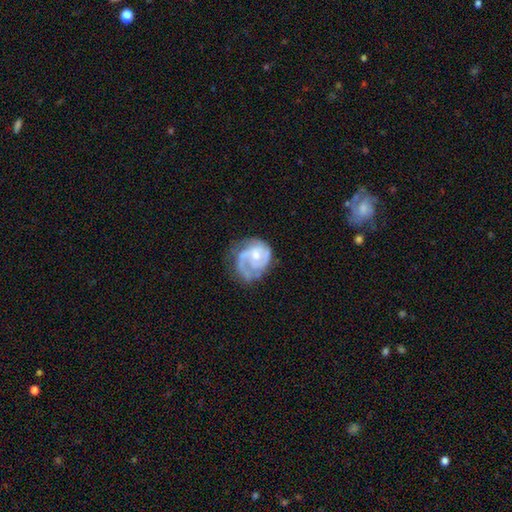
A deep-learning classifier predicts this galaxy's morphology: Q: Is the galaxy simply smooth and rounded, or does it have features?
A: featured or disk — 83%.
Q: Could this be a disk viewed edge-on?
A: no — 98%.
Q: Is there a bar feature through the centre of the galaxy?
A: weak — 50%.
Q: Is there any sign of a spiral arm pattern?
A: yes — 94%.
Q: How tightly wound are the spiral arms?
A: medium — 45%.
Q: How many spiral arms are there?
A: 2 — 54%.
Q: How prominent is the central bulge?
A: moderate — 53%.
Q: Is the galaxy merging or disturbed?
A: none — 49%.